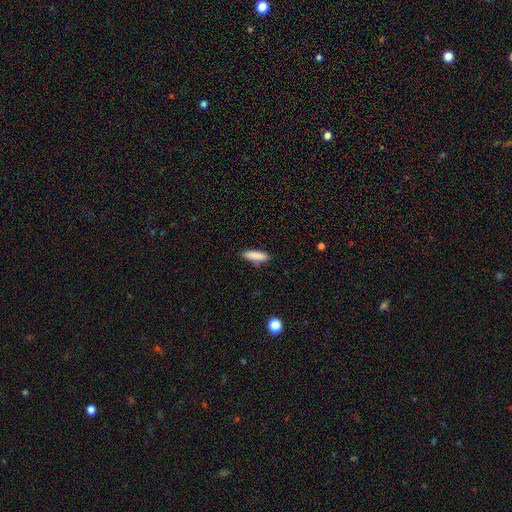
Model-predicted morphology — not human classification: A smooth galaxy with no disk features (87%) that is cigar-shaped (62%).

Vote fractions:
- Smooth or featured? smooth: 87% / star or artifact: 7% / featured or disk: 6%
- How rounded? cigar-shaped: 62% / in between: 36% / round: 2%
- Merging? none: 86% / minor disturbance: 10% / major disturbance: 2% / merger: 2%